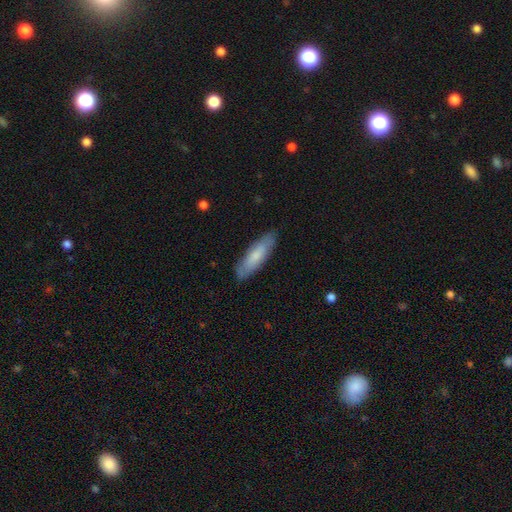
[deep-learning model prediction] Smooth or featured? smooth (71%)
How rounded? cigar-shaped (56%)
Merging? none (85%)